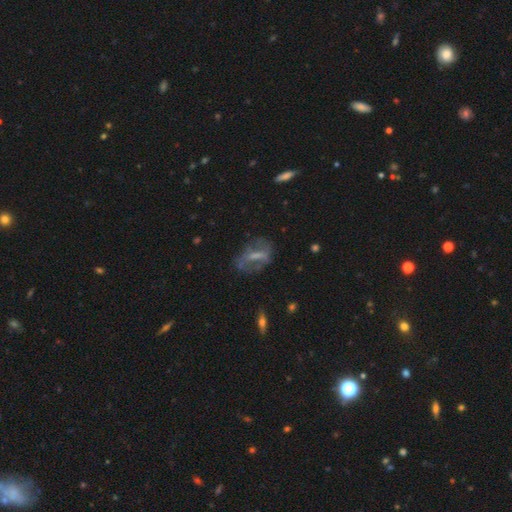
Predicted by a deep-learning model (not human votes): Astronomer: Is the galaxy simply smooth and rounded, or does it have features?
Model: featured or disk — 56% (runner-up: smooth, 32%).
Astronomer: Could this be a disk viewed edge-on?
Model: no — 88%.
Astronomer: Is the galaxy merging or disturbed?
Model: none — 52%.